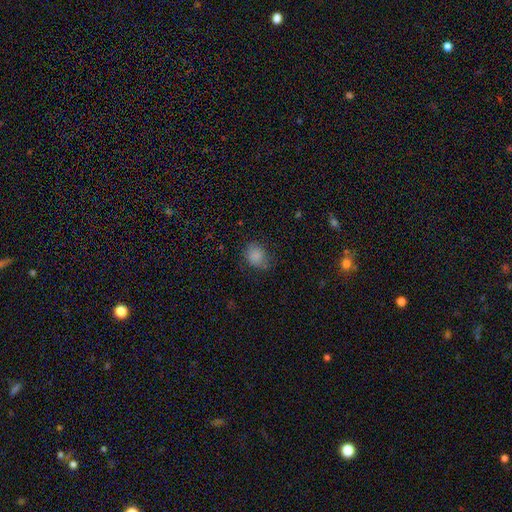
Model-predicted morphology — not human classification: A smooth galaxy with no disk features (84%) that is round (63%).

Vote fractions:
- Smooth or featured? smooth: 84% / star or artifact: 10% / featured or disk: 5%
- How rounded? round: 63% / in between: 36% / cigar-shaped: 1%
- Merging? none: 74% / minor disturbance: 19% / major disturbance: 6% / merger: 1%